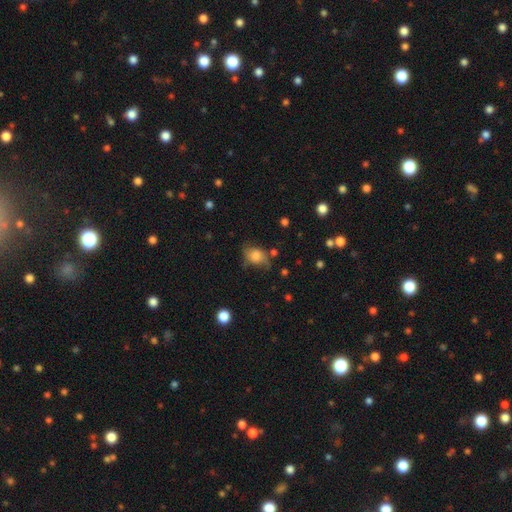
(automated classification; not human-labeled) Smooth or featured? smooth (69%)
How rounded? in between (59%)
Merging? none (52%)